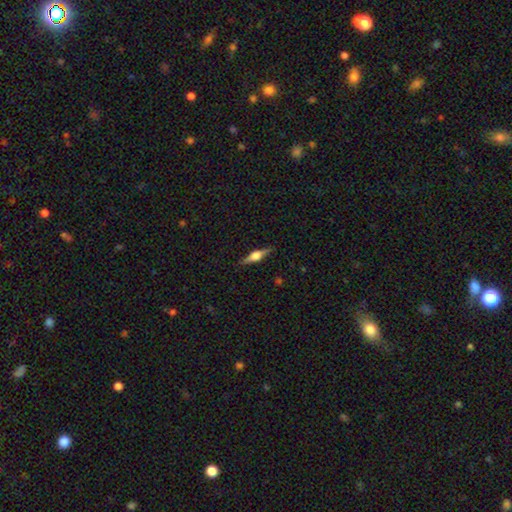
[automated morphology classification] Smooth or featured? Predicted: featured or disk (p=0.69). Edge-on disk? Predicted: yes (p=0.97). Edge-on bulge? Predicted: rounded (p=0.89). Merging? Predicted: none (p=0.88).